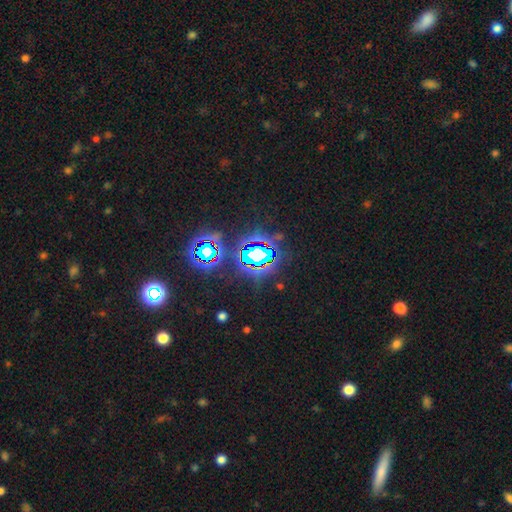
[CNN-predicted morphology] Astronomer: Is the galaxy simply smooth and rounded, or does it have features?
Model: star or artifact — 76%.